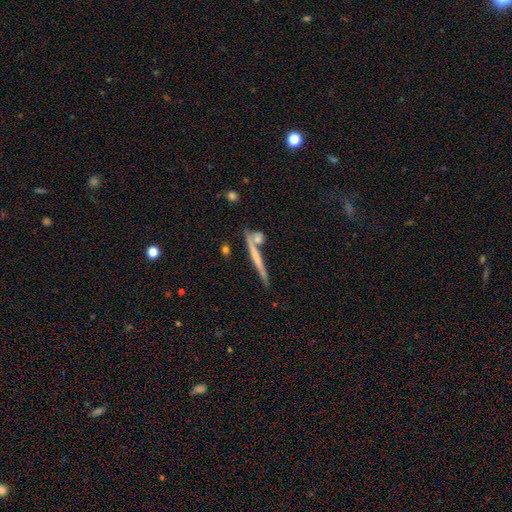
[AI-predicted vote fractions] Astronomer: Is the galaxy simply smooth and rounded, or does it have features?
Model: featured or disk — 49% (runner-up: smooth, 44%).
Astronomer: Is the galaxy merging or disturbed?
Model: none — 69%.